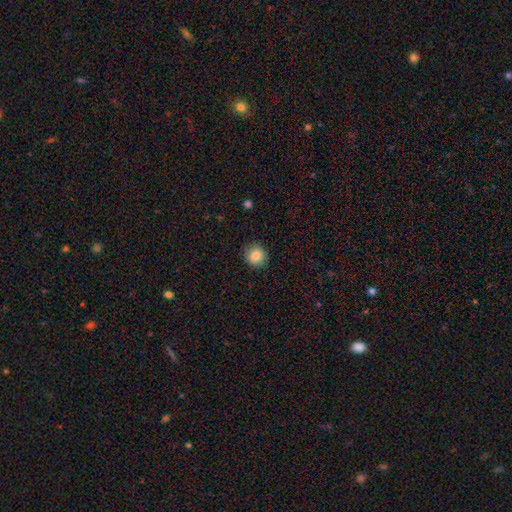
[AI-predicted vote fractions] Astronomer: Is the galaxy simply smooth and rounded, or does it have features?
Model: smooth — 85%.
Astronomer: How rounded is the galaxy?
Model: round — 86%.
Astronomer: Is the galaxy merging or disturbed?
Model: none — 87%.